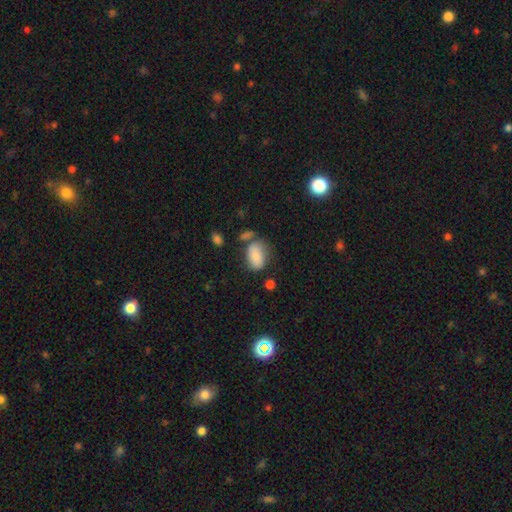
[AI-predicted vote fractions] Smooth or featured? Predicted: smooth (p=0.83). How rounded? Predicted: in between (p=0.88). Merging? Predicted: none (p=0.55).